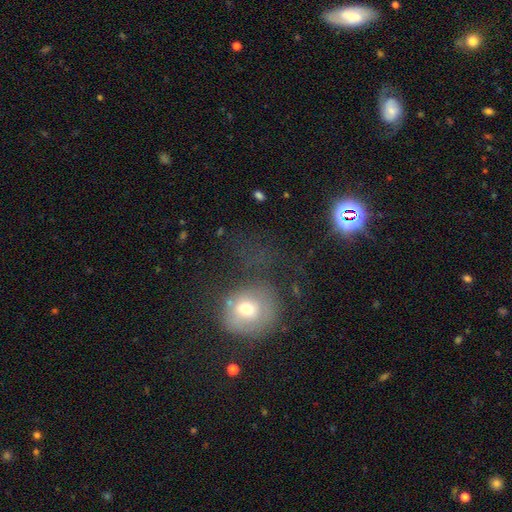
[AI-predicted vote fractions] Smooth or featured? smooth (53%)
How rounded? round (82%)
Merging? none (45%)